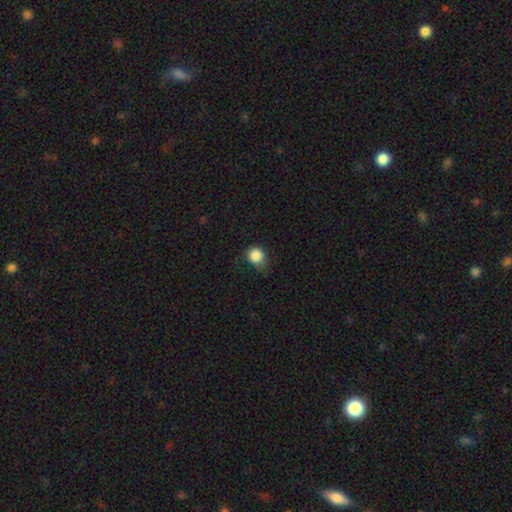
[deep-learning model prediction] This appears to be a smooth galaxy with no disk features (86%) that is round (81%). Merging: none (62%).